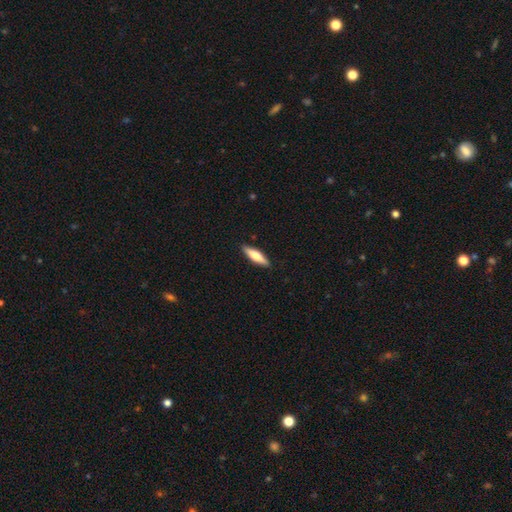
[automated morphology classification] A smooth galaxy with no disk features (60%) that is cigar-shaped (67%).

Vote fractions:
- Smooth or featured? smooth: 60% / featured or disk: 35% / star or artifact: 5%
- How rounded? cigar-shaped: 67% / in between: 31% / round: 2%
- Merging? none: 90% / minor disturbance: 8% / major disturbance: 2% / merger: 1%